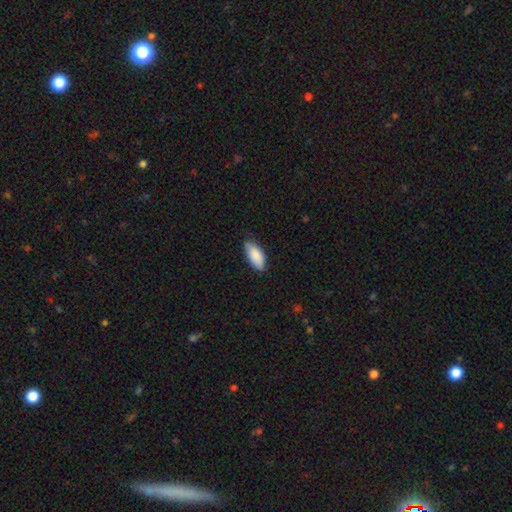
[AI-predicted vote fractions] Smooth or featured: smooth — 88% (featured or disk — 6%)
How rounded: in between — 90% (cigar-shaped — 8%)
Merging: none — 73% (minor disturbance — 23%)